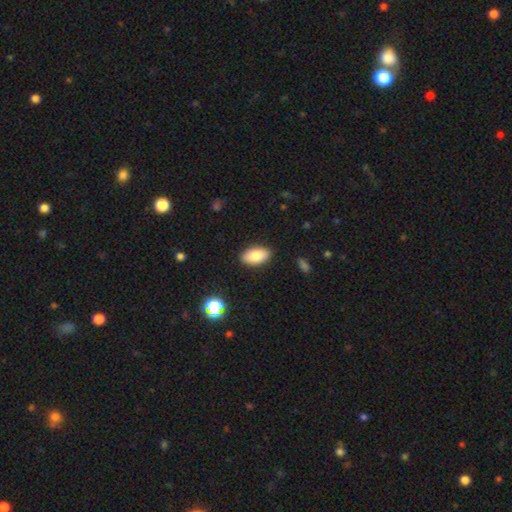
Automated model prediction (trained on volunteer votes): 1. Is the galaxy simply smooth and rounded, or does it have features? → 85% smooth, 8% star or artifact, 7% featured or disk.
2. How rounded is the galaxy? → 94% in between, 4% round, 3% cigar-shaped.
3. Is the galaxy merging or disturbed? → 88% none, 8% minor disturbance, 2% major disturbance, 1% merger.